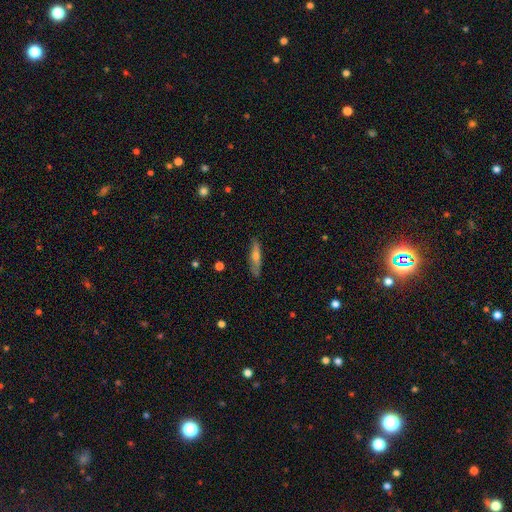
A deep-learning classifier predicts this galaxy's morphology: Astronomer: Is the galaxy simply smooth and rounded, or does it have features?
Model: featured or disk — 52% (runner-up: smooth, 41%).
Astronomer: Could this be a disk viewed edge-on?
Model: yes — 84%.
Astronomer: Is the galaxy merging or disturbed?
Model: none — 86%.